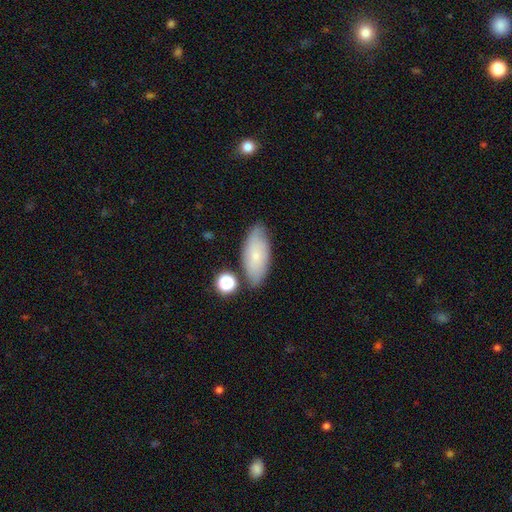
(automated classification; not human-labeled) The model was most divided on "smooth or featured": smooth: 69%, featured or disk: 23%, star or artifact: 8%. More confident: how rounded — in between (86%); merging — none (74%).